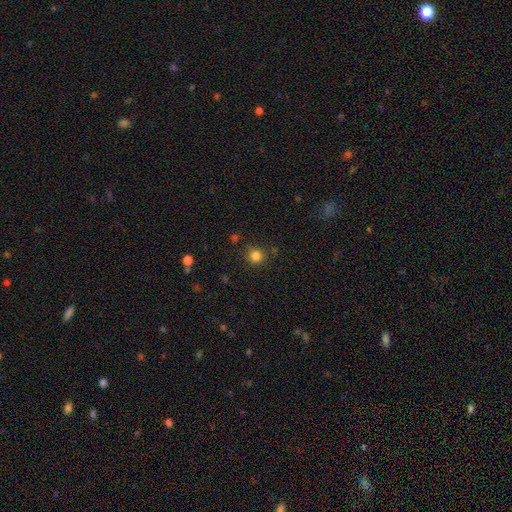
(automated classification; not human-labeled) A smooth galaxy with no disk features (83%) that is round (92%).

Vote fractions:
- Smooth or featured? smooth: 83% / star or artifact: 13% / featured or disk: 4%
- How rounded? round: 92% / in between: 7% / cigar-shaped: 1%
- Merging? none: 84% / minor disturbance: 10% / major disturbance: 3% / merger: 3%